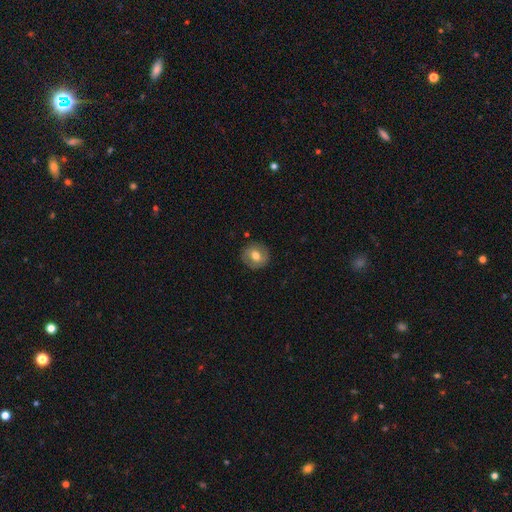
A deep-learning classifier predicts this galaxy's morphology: smooth_or_featured: smooth (p=0.65) [alt: featured or disk p=0.27]
how_rounded: round (p=0.91) [alt: in between p=0.08]
merging: none (p=0.88) [alt: minor disturbance p=0.09]